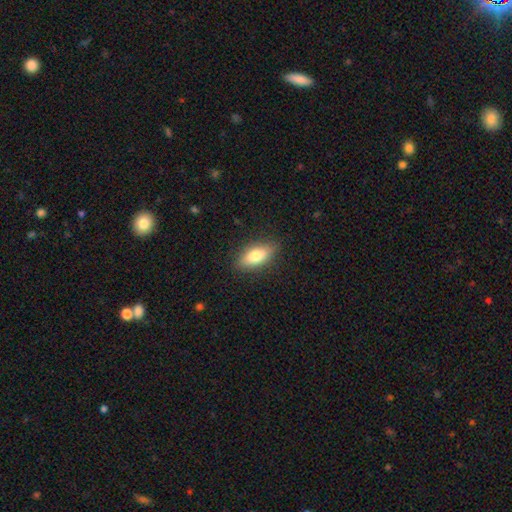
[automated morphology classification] smooth_or_featured: smooth (p=0.75) [alt: featured or disk p=0.18]
how_rounded: in between (p=0.77) [alt: cigar-shaped p=0.19]
merging: none (p=0.86) [alt: minor disturbance p=0.11]